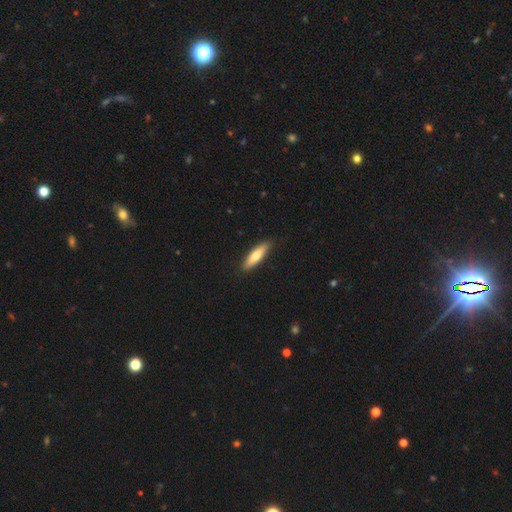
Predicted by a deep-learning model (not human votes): Smooth or featured?
  - smooth: 71% *
  - featured or disk: 24%
  - star or artifact: 5%
How rounded?
  - cigar-shaped: 67% *
  - in between: 31%
  - round: 2%
Merging?
  - none: 89% *
  - minor disturbance: 8%
  - major disturbance: 2%
  - merger: 1%